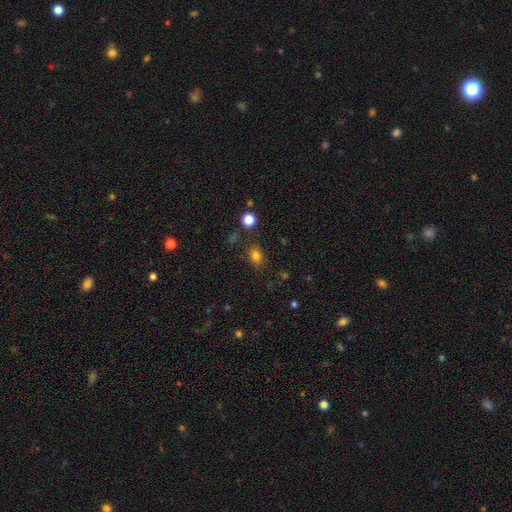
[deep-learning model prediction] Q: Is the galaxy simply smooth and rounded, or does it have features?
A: smooth — 80%.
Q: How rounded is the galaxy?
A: in between — 57%.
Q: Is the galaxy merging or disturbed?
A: none — 79%.